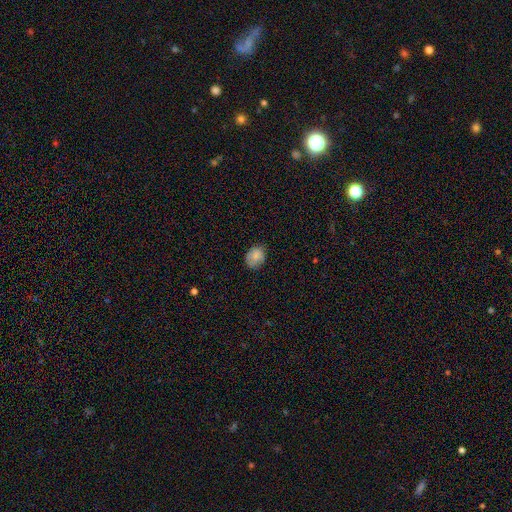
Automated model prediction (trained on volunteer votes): Smooth or featured?
  - smooth: 82% *
  - featured or disk: 10%
  - star or artifact: 8%
How rounded?
  - in between: 51% *
  - round: 49%
  - cigar-shaped: 1%
Merging?
  - none: 74% *
  - minor disturbance: 21%
  - major disturbance: 4%
  - merger: 1%